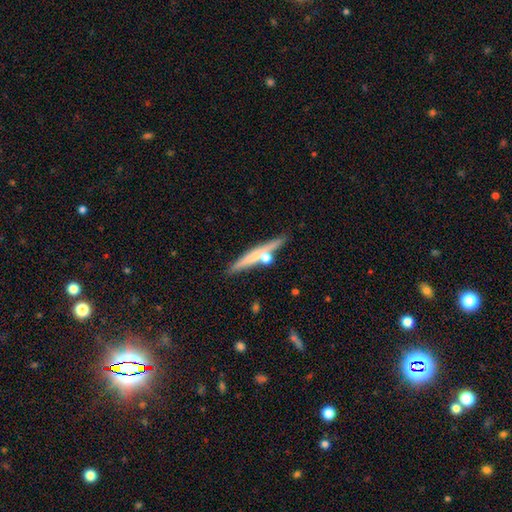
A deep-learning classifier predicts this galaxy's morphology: Smooth or featured?
  - featured or disk: 48% *
  - smooth: 45%
  - star or artifact: 7%
Merging?
  - none: 71% *
  - merger: 15%
  - minor disturbance: 11%
  - major disturbance: 3%